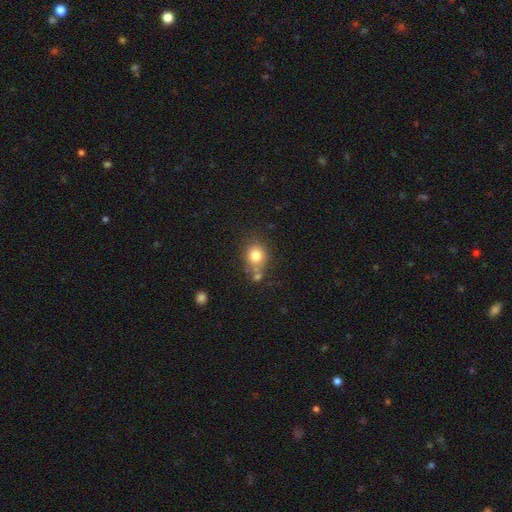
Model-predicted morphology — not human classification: This is likely a smooth galaxy (79%). How rounded: likely round (78%). Merging: likely none (63%).